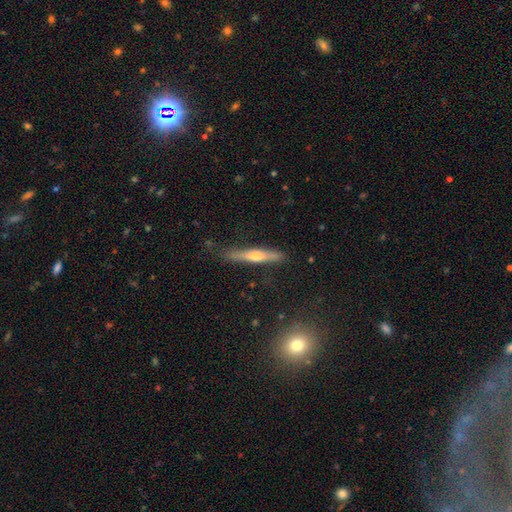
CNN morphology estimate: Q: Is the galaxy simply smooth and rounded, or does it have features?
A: featured or disk — 56%.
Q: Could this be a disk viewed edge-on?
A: yes — 95%.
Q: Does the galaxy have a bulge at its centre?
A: rounded — 84%.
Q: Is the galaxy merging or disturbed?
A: none — 85%.